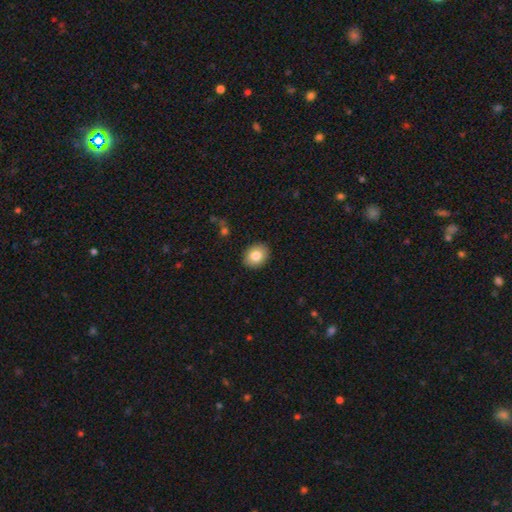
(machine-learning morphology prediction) This appears to be a smooth galaxy with no disk features (82%) that is round (51%). Merging: none (90%).